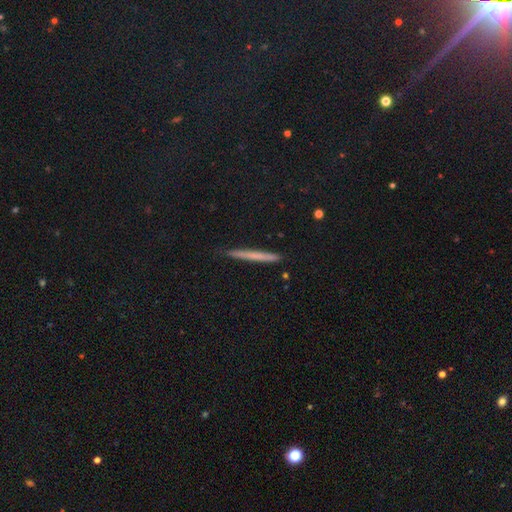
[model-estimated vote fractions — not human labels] A smooth galaxy with no disk features (59%) that is cigar-shaped (97%). Merging: none (88%).